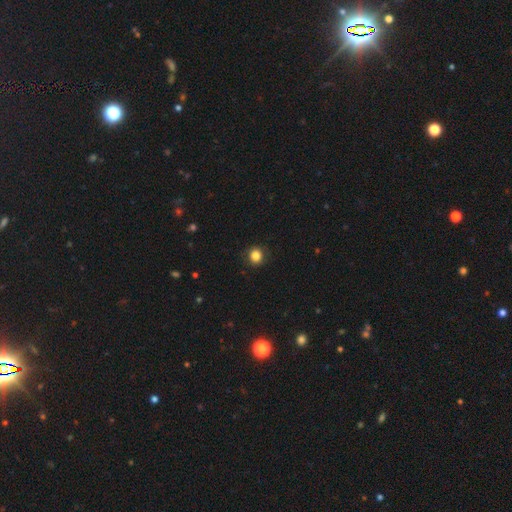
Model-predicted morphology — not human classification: This appears to be a smooth galaxy with no disk features (85%) that is round (88%). Merging: none (89%).